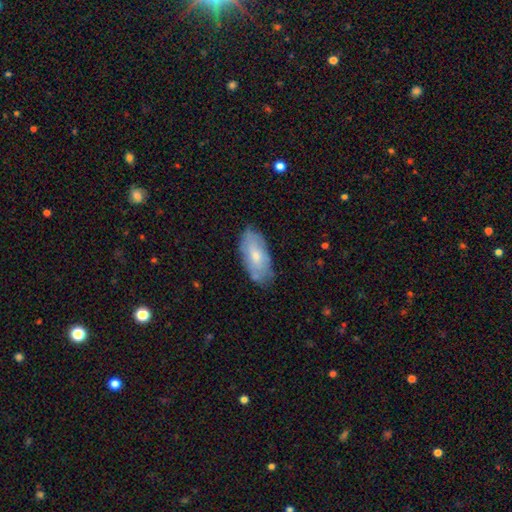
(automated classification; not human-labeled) Overall: smooth (64%; featured or disk 29%). How rounded: in between (91%). Merging: none (74%).